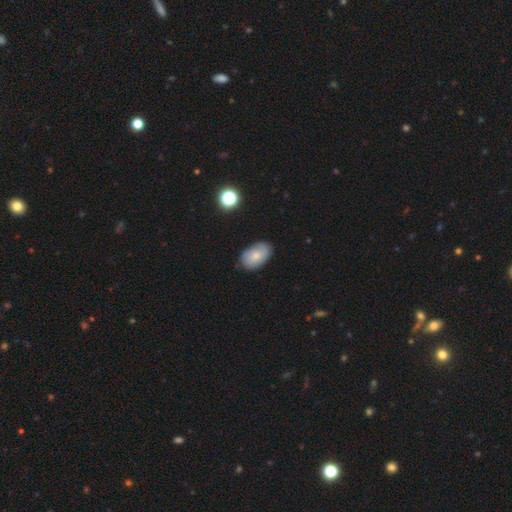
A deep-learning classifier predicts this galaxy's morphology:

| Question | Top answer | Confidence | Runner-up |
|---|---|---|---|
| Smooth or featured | smooth | 66% | featured or disk (26%) |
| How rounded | in between | 90% | round (9%) |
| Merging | none | 77% | minor disturbance (18%) |